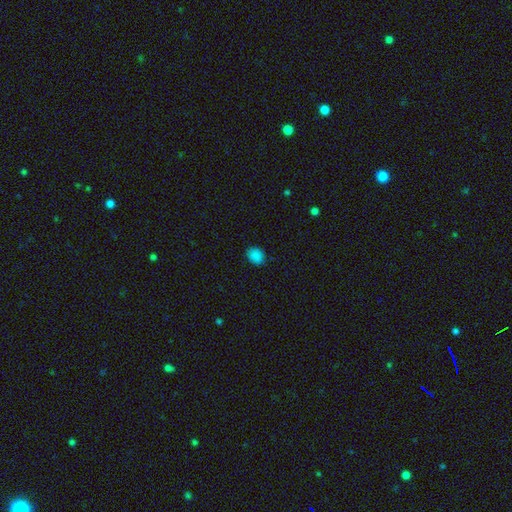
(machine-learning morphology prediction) This appears to be a smooth galaxy with no disk features (85%) that is in between round and cigar-shaped (52%). Merging: none (87%).